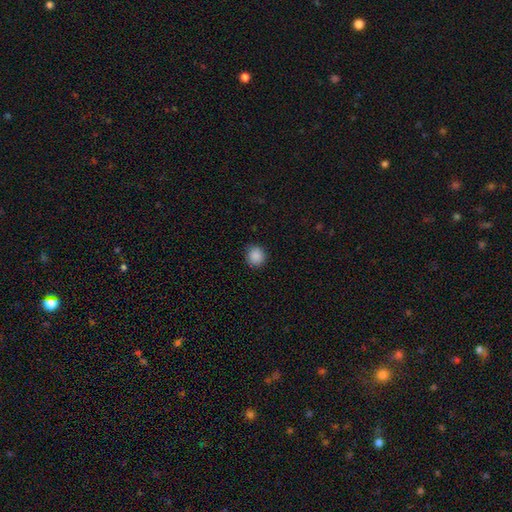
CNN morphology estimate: Smooth or featured?
  - smooth: 88% *
  - star or artifact: 9%
  - featured or disk: 3%
How rounded?
  - round: 89% *
  - in between: 10%
  - cigar-shaped: 1%
Merging?
  - none: 88% *
  - minor disturbance: 9%
  - major disturbance: 2%
  - merger: 1%